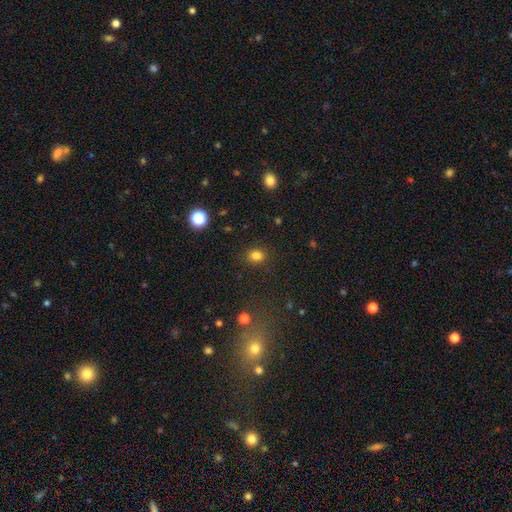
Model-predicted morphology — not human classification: This is clearly a smooth galaxy (82%). How rounded: likely round (63%). Merging: clearly none (86%).